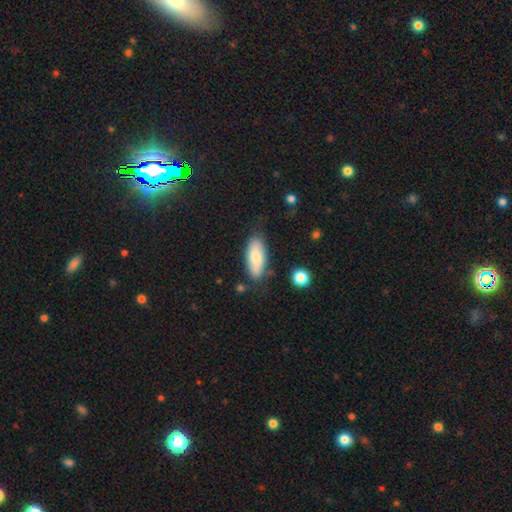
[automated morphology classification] Smooth or featured? smooth (78%)
How rounded? in between (82%)
Merging? none (75%)